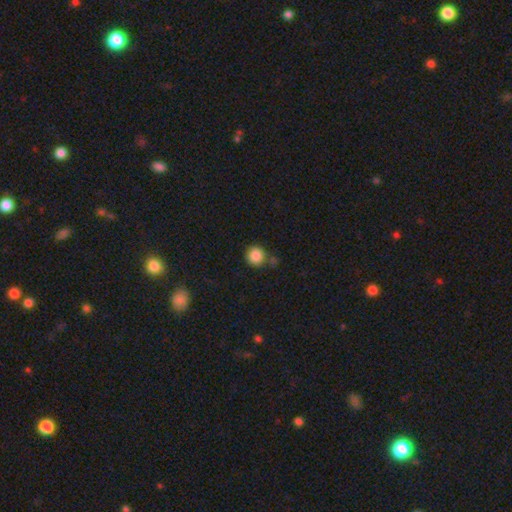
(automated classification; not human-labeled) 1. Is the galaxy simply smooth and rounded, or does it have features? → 87% smooth, 10% star or artifact, 4% featured or disk.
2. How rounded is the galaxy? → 93% round, 6% in between, 1% cigar-shaped.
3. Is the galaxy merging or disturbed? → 75% none, 11% minor disturbance, 10% merger, 3% major disturbance.